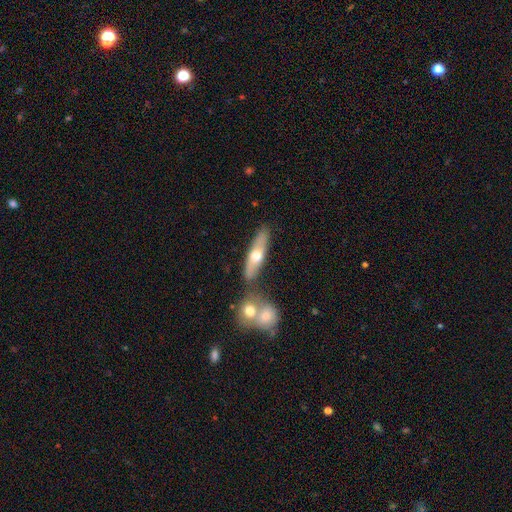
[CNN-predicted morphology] smooth 52%, featured or disk 43%, star or artifact 6%. Down the decision tree: how rounded — cigar-shaped (60%); merging — none (71%).